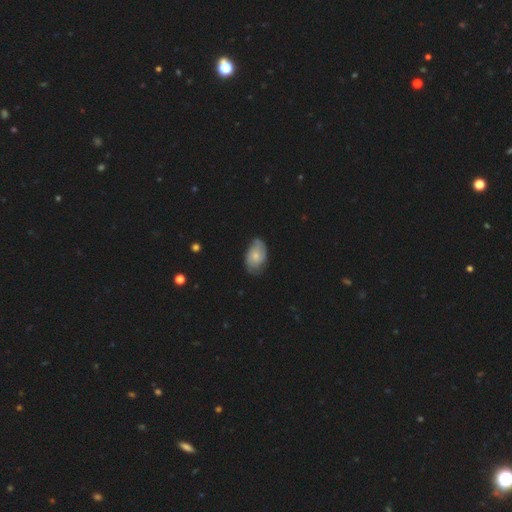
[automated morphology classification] This is possibly a featured or disk galaxy (50%). It is clearly not viewed edge-on (95%). Merging: likely none (66%).